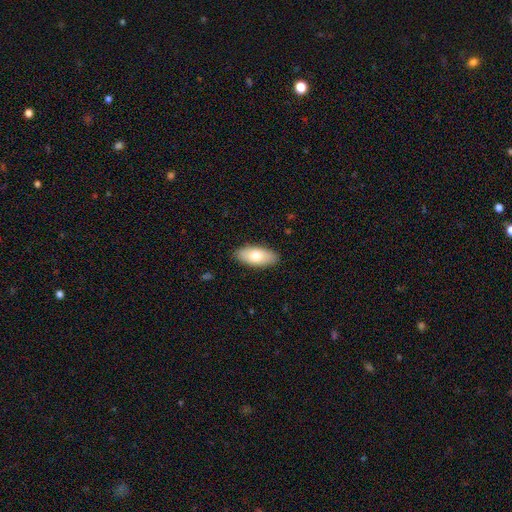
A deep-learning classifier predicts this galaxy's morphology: This is likely a smooth galaxy (74%). How rounded: clearly in between (89%). Merging: clearly none (88%).